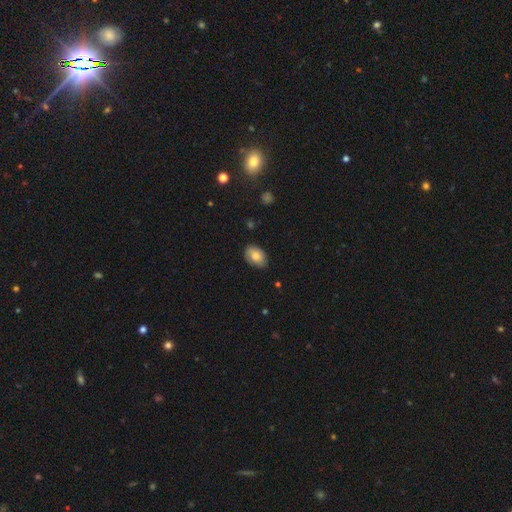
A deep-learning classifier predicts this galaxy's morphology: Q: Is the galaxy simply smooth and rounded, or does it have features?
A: smooth — 75%.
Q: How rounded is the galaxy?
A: in between — 86%.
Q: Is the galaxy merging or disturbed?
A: none — 81%.